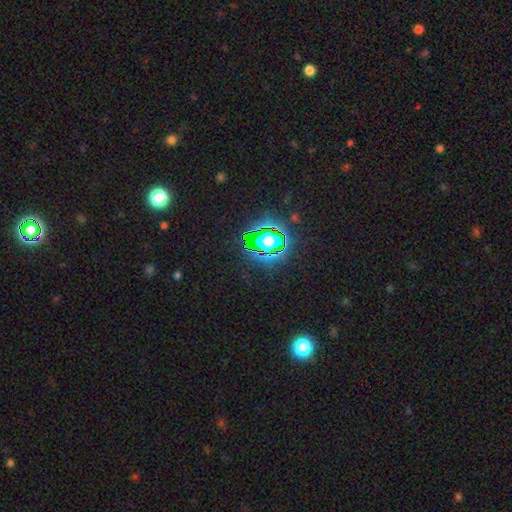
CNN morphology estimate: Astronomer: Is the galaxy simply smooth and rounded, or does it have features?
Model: star or artifact — 75%.